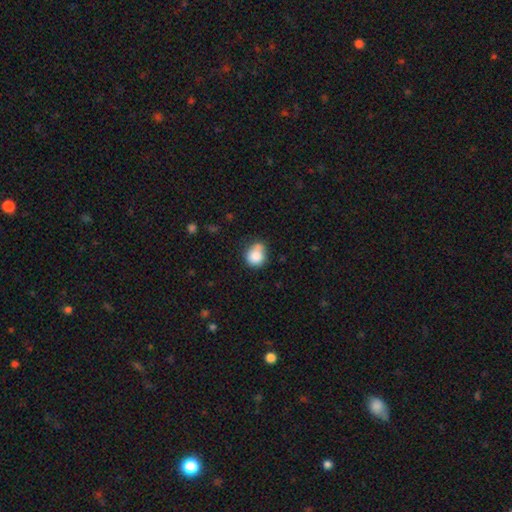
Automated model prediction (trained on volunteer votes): Overall: smooth (83%). How rounded: round (69%; in between 30%). Merging: none (46%; minor disturbance 30%).